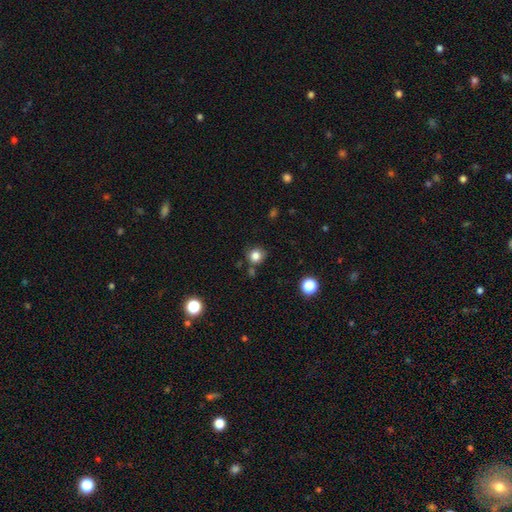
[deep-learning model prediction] Smooth or featured?
  - smooth: 83% *
  - star or artifact: 12%
  - featured or disk: 5%
How rounded?
  - round: 89% *
  - in between: 10%
  - cigar-shaped: 1%
Merging?
  - none: 78% *
  - minor disturbance: 13%
  - merger: 6%
  - major disturbance: 3%